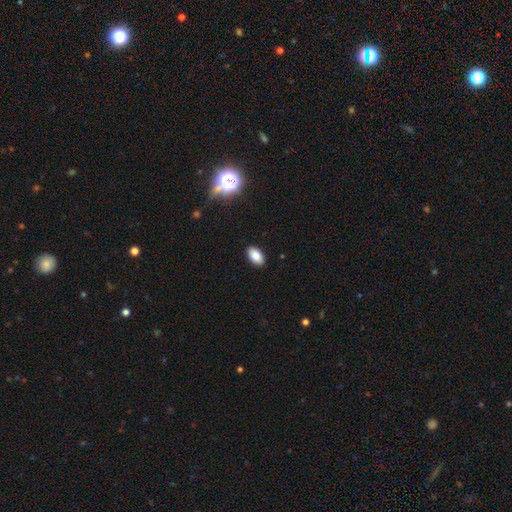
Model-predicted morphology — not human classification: smooth-or-featured: smooth: 85% | star or artifact: 9% | featured or disk: 6%
  how-rounded: in between: 93% | round: 6% | cigar-shaped: 2%
  merging: none: 90% | minor disturbance: 7% | major disturbance: 2% | merger: 1%